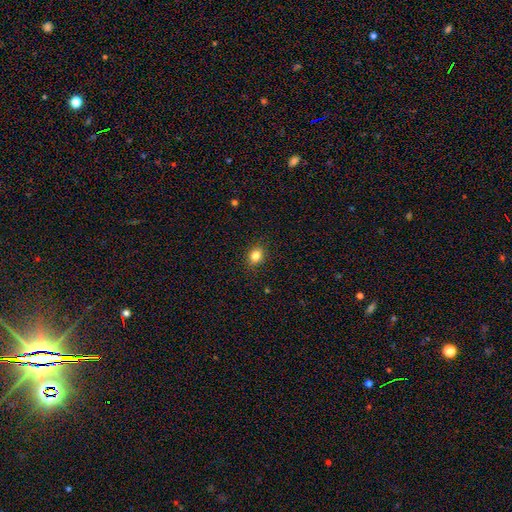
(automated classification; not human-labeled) Smooth or featured: smooth — 83% (star or artifact — 11%)
How rounded: in between — 51% (round — 48%)
Merging: none — 88% (minor disturbance — 9%)